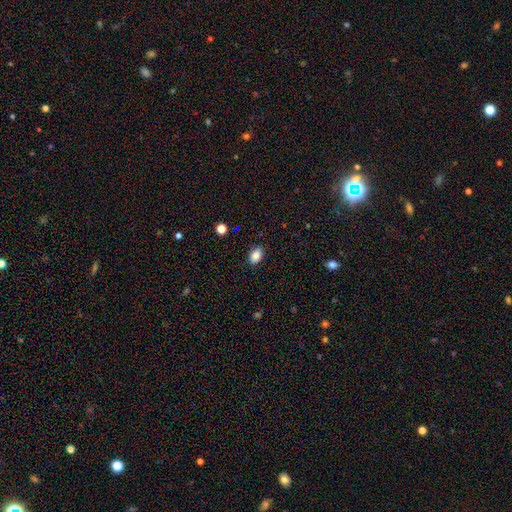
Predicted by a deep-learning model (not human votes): smooth_or_featured: smooth (p=0.86) [alt: star or artifact p=0.09]
how_rounded: in between (p=0.86) [alt: round p=0.13]
merging: none (p=0.88) [alt: minor disturbance p=0.09]